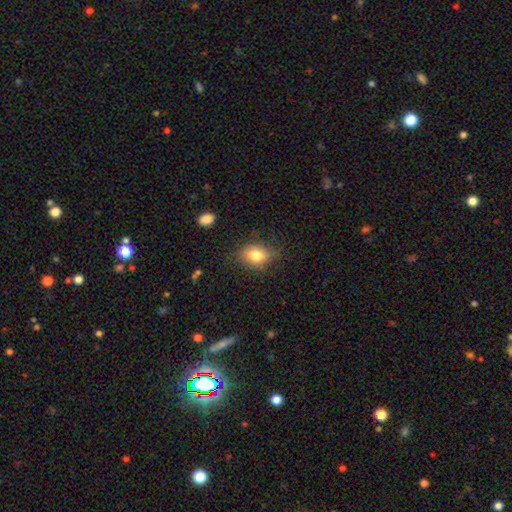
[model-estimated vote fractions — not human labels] Morphology: type=smooth (79%); roundness=in between (71%); merging=none (75%).